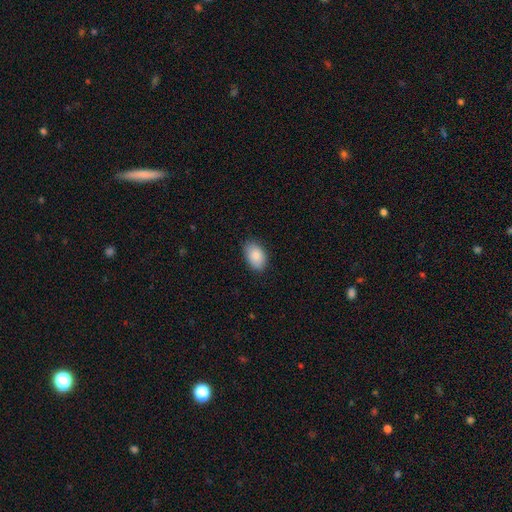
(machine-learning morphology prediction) The model was most divided on "merging": none: 84%, minor disturbance: 12%, major disturbance: 2%, merger: 1%. More confident: how rounded — in between (91%); smooth or featured — smooth (88%).